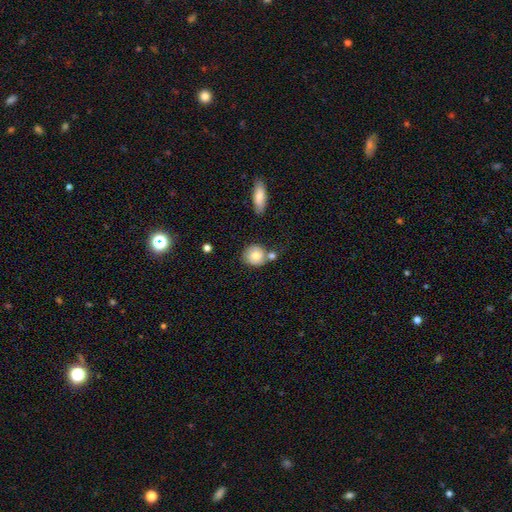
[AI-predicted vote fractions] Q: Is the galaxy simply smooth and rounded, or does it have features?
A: smooth — 73%.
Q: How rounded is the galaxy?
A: round — 81%.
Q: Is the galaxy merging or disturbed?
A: none — 59%.